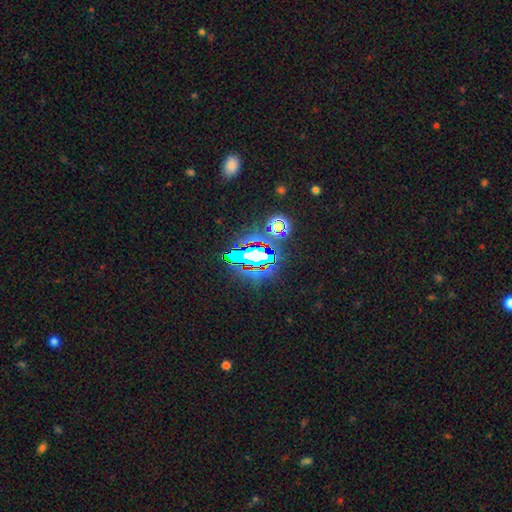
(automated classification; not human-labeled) A star or artifact, not a galaxy (72%).

Vote fractions:
- Smooth or featured? star or artifact: 72% / smooth: 16% / featured or disk: 13%